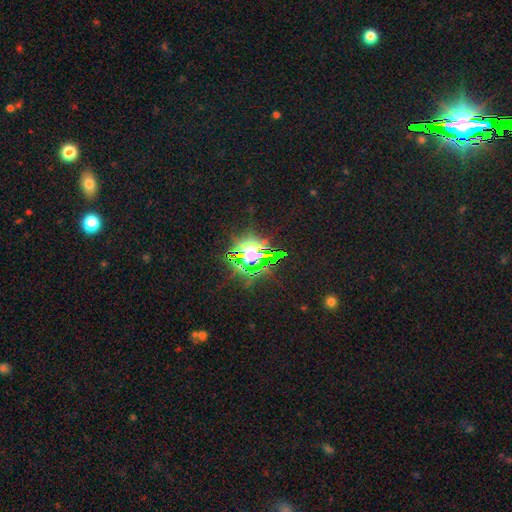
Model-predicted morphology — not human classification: Q: Smooth or featured?
A: star or artifact (78%); runner-up: smooth (13%)